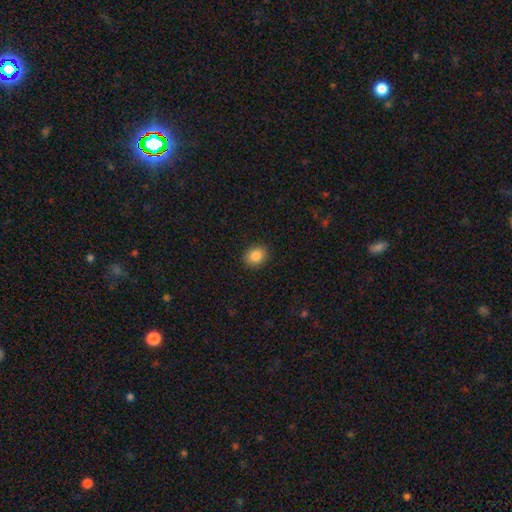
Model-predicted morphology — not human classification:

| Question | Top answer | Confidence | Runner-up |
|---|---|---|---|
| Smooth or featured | smooth | 86% | star or artifact (9%) |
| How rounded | round | 50% | in between (49%) |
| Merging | none | 89% | minor disturbance (8%) |